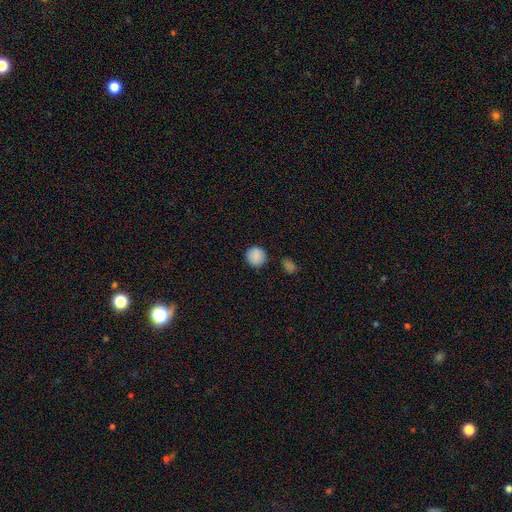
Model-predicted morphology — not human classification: A smooth galaxy with no disk features (87%) that is round (92%). Merging: none (84%).